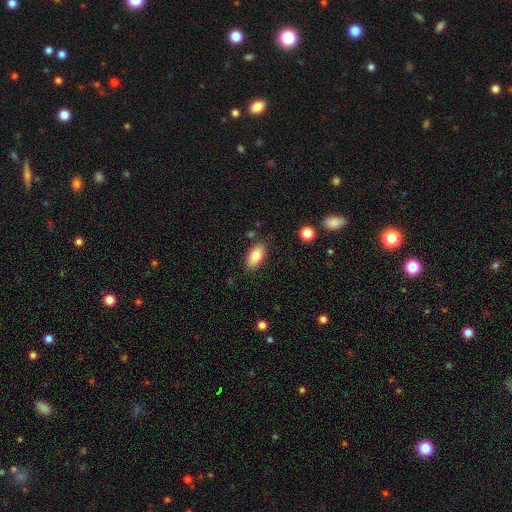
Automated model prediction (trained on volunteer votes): Overall: smooth (82%). How rounded: in between (91%). Merging: none (84%).